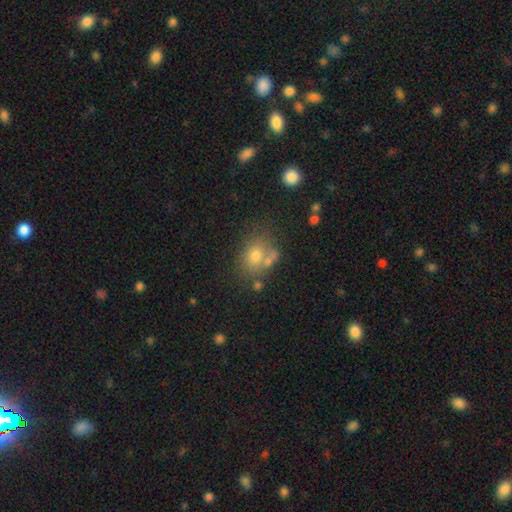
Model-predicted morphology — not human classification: Smooth or featured? smooth (70%)
How rounded? round (52%)
Merging? none (55%)